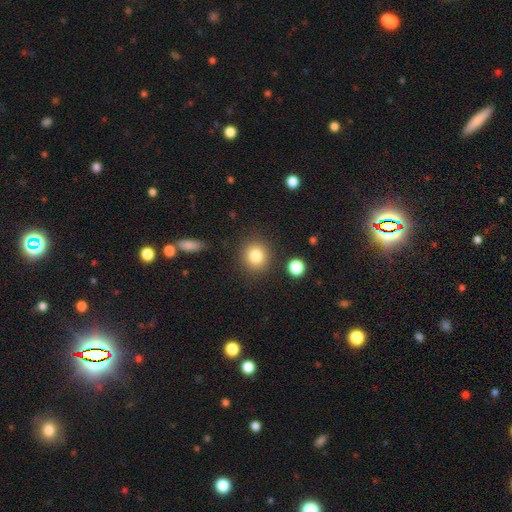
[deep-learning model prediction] Smooth or featured: smooth — 82% (star or artifact — 10%)
How rounded: round — 86% (in between — 13%)
Merging: none — 86% (minor disturbance — 8%)